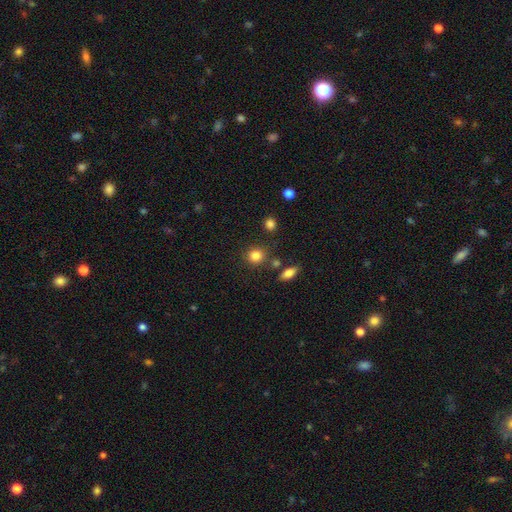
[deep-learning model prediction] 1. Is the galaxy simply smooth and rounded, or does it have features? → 85% smooth, 10% star or artifact, 5% featured or disk.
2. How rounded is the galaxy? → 82% round, 16% in between, 1% cigar-shaped.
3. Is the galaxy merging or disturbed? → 79% none, 10% minor disturbance, 7% merger, 4% major disturbance.